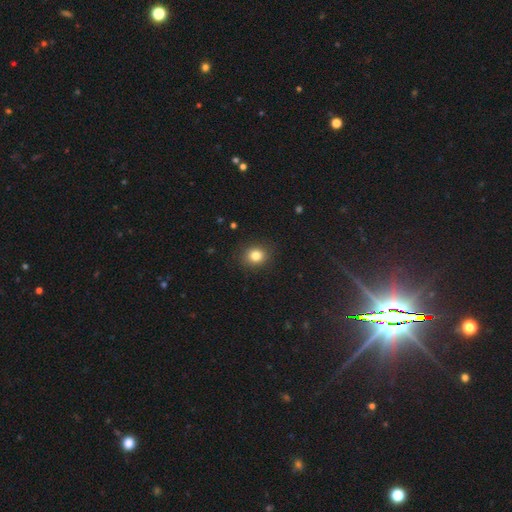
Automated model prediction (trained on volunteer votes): This appears to be a smooth galaxy with no disk features (82%) that is round (73%). Merging: none (89%).